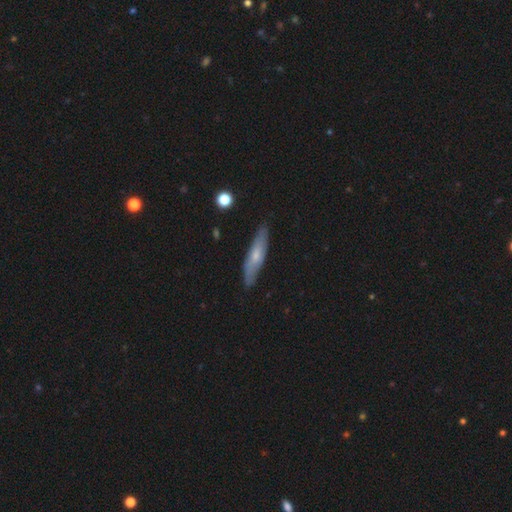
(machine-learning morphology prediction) Overall: smooth (53%; featured or disk 41%). How rounded: cigar-shaped (78%). Merging: none (83%).